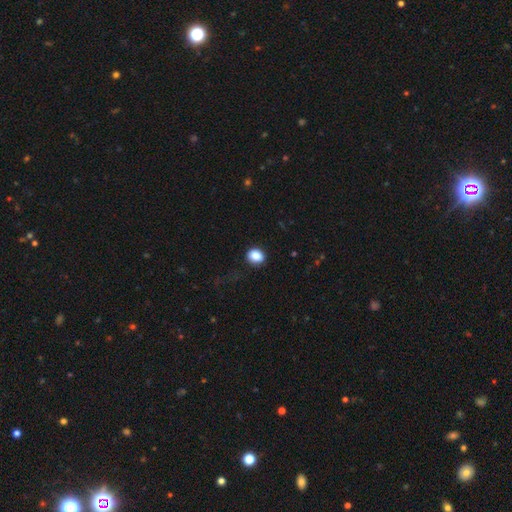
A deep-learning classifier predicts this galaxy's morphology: smooth-or-featured: smooth: 87% | star or artifact: 9% | featured or disk: 4%
  how-rounded: round: 58% | in between: 41% | cigar-shaped: 1%
  merging: none: 85% | minor disturbance: 11% | major disturbance: 3% | merger: 1%